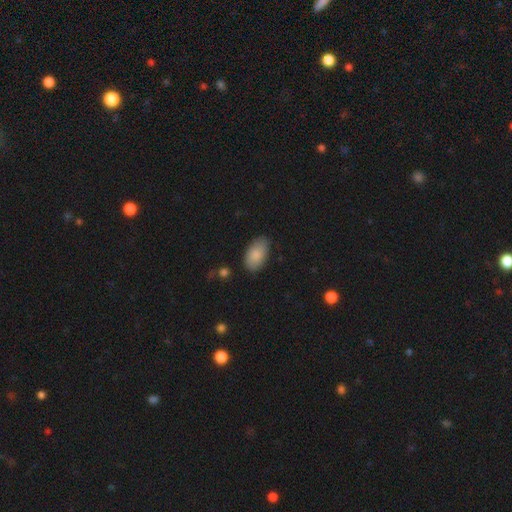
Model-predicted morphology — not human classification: Smooth or featured? Predicted: smooth (p=0.86). How rounded? Predicted: in between (p=0.94). Merging? Predicted: none (p=0.77).